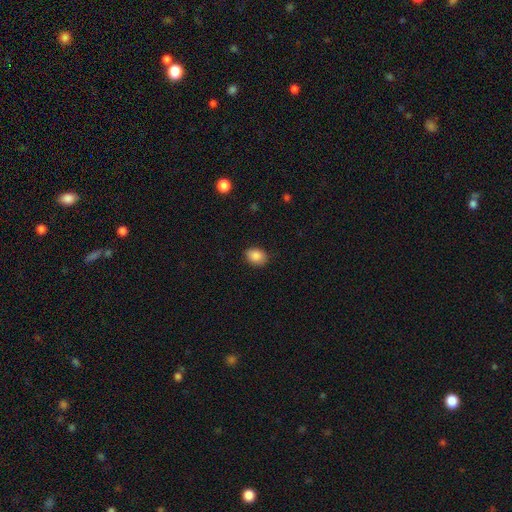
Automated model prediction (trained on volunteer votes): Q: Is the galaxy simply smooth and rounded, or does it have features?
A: smooth — 88%.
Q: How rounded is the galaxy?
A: in between — 70%.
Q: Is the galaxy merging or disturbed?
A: none — 88%.